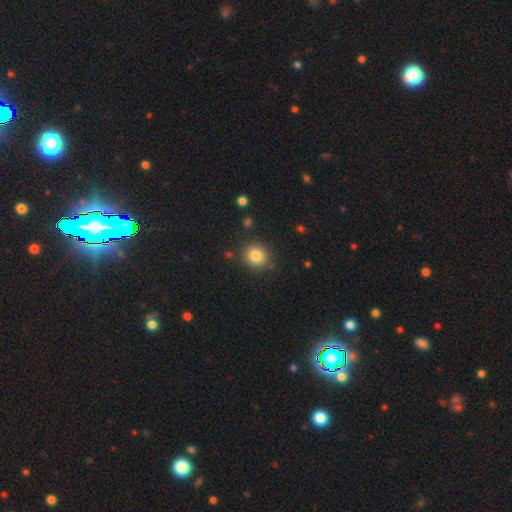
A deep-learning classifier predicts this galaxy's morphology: Smooth or featured? Predicted: smooth (p=0.83). How rounded? Predicted: round (p=0.84). Merging? Predicted: none (p=0.85).